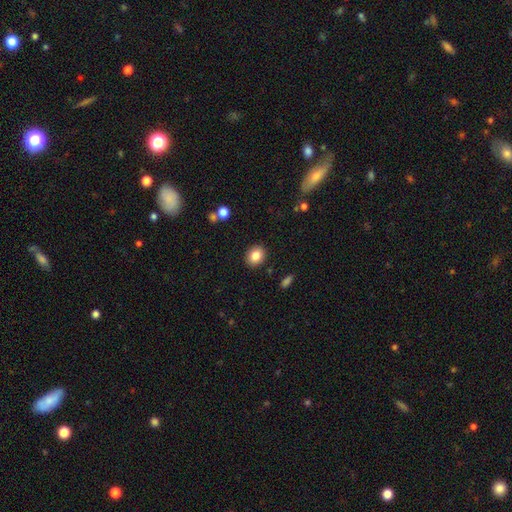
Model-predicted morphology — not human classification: A smooth galaxy with no disk features (85%) that is round (51%).

Vote fractions:
- Smooth or featured? smooth: 85% / star or artifact: 9% / featured or disk: 6%
- How rounded? round: 51% / in between: 48% / cigar-shaped: 1%
- Merging? none: 90% / minor disturbance: 7% / major disturbance: 2% / merger: 1%